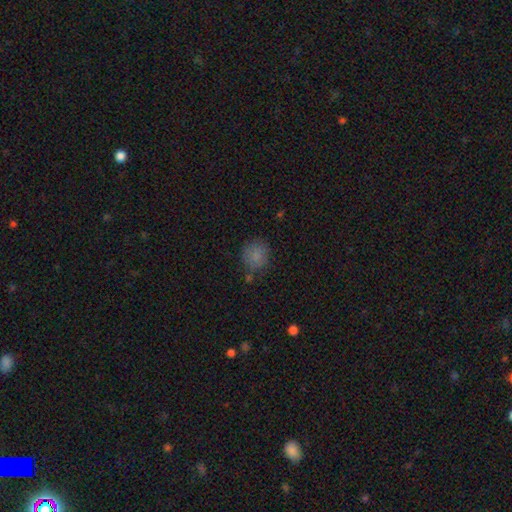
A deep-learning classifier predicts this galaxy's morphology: The model was most divided on "merging": none: 67%, minor disturbance: 21%, major disturbance: 7%, merger: 5%. More confident: how rounded — round (82%); smooth or featured — smooth (78%).